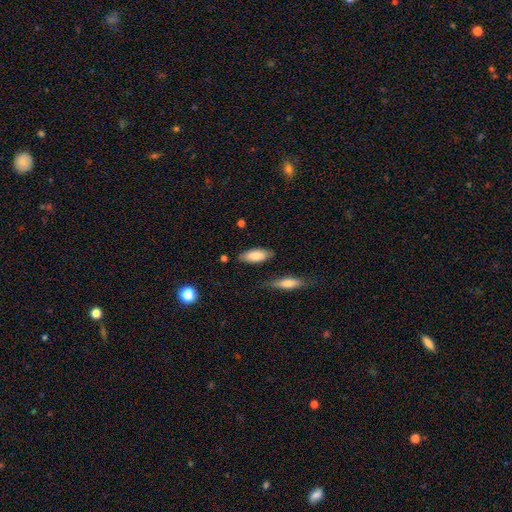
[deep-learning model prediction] Smooth or featured?
  - smooth: 82% *
  - featured or disk: 11%
  - star or artifact: 6%
How rounded?
  - in between: 80% *
  - cigar-shaped: 18%
  - round: 2%
Merging?
  - none: 79% *
  - minor disturbance: 15%
  - merger: 4%
  - major disturbance: 3%